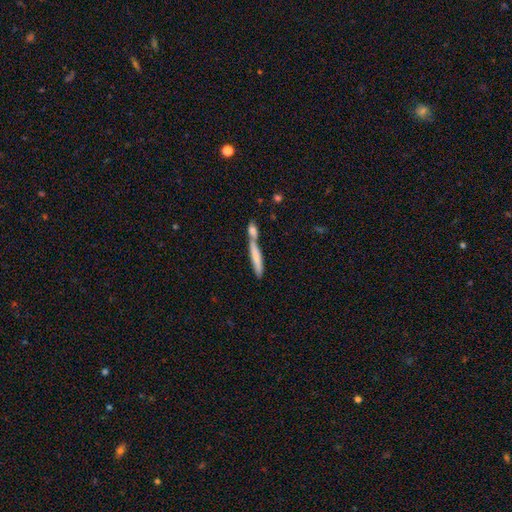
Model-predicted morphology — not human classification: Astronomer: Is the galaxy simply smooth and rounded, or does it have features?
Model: smooth — 65%.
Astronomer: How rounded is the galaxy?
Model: cigar-shaped — 90%.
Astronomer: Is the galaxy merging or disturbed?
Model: merger — 44% (runner-up: none, 41%).